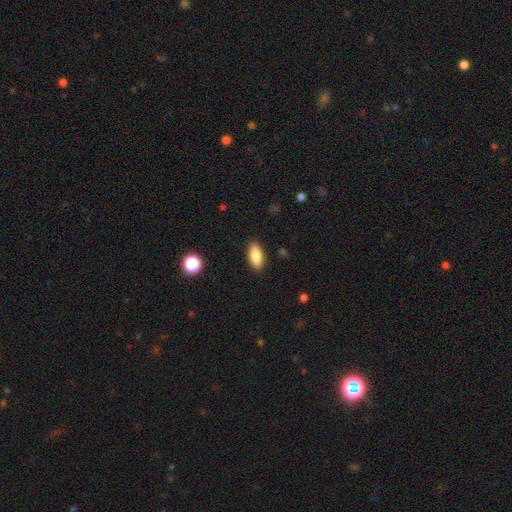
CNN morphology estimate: This appears to be a smooth galaxy with no disk features (84%) that is in between round and cigar-shaped (84%). Merging: none (89%).